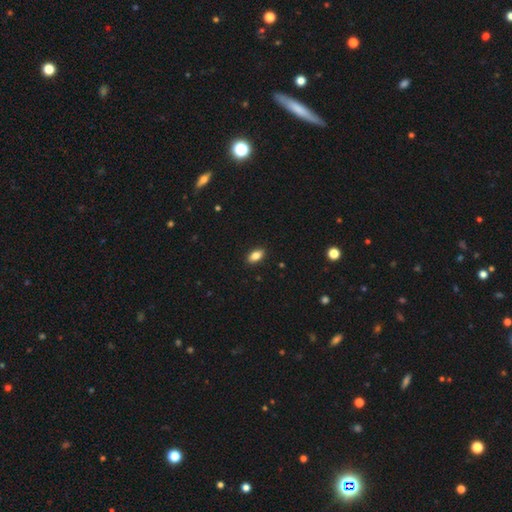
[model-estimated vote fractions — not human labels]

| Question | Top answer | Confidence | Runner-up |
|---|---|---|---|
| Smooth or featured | smooth | 84% | star or artifact (8%) |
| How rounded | in between | 91% | cigar-shaped (5%) |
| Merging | none | 90% | minor disturbance (8%) |